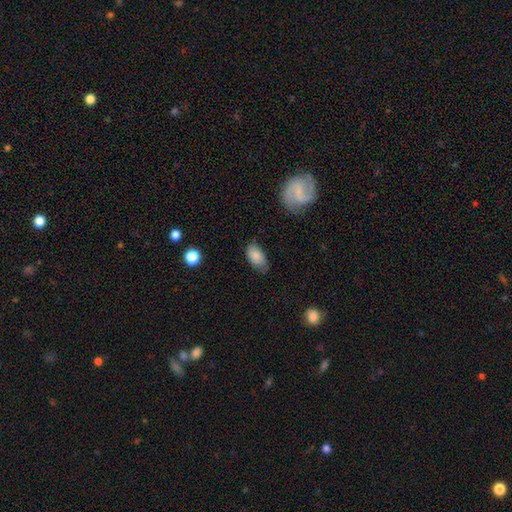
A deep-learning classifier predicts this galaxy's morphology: smooth-or-featured: smooth: 83% | featured or disk: 10% | star or artifact: 7%
  how-rounded: in between: 93% | round: 5% | cigar-shaped: 2%
  merging: none: 67% | minor disturbance: 26% | major disturbance: 5% | merger: 2%